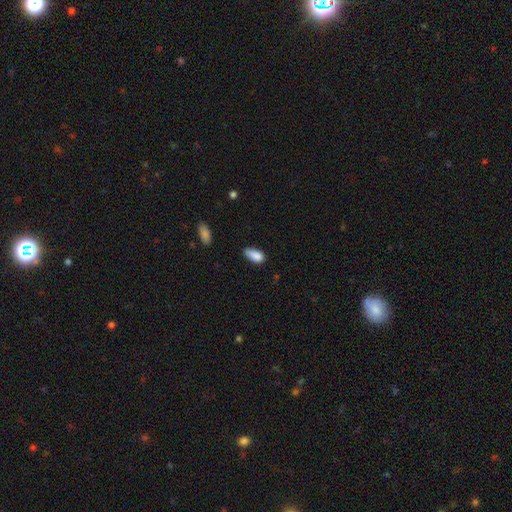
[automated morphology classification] Overall: smooth (85%). How rounded: in between (86%). Merging: none (47%; minor disturbance 40%).